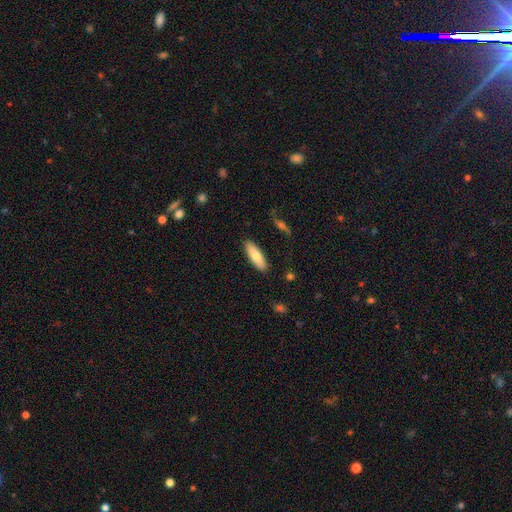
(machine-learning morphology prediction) Q: Smooth or featured?
A: smooth (74%); runner-up: featured or disk (20%)
Q: How rounded?
A: in between (54%); runner-up: cigar-shaped (44%)
Q: Merging?
A: none (89%); runner-up: minor disturbance (8%)